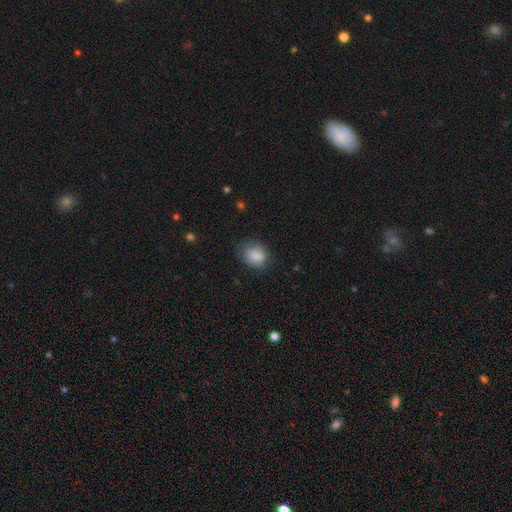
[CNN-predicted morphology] Overall: smooth (85%). How rounded: in between (52%; round 47%). Merging: none (69%).